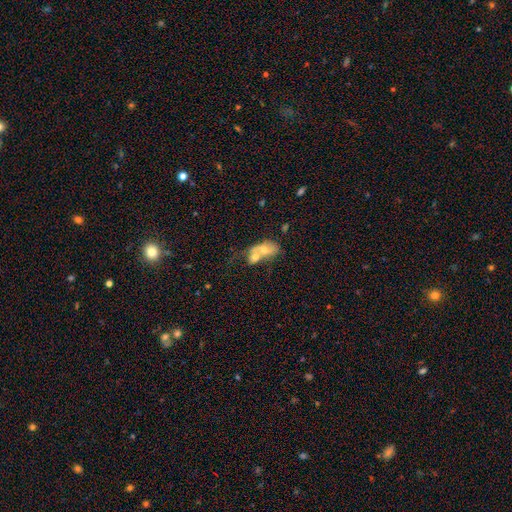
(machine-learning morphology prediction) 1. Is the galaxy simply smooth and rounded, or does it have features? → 49% smooth, 36% featured or disk, 16% star or artifact.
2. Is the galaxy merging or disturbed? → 58% merger, 24% none, 10% minor disturbance, 9% major disturbance.